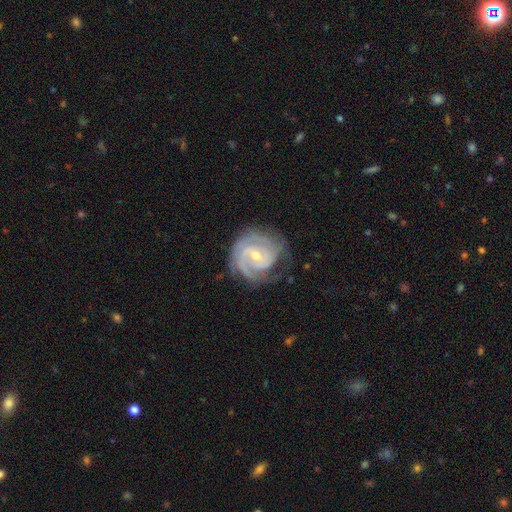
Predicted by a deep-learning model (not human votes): Smooth or featured? Predicted: featured or disk (p=0.90). Edge-on disk? Predicted: no (p=0.98). Bar? Predicted: weak (p=0.45). Spiral arms? Predicted: yes (p=0.97). Spiral winding? Predicted: tight (p=0.70). Spiral arm count? Predicted: 2 (p=0.37). Bulge size? Predicted: small (p=0.57). Merging? Predicted: none (p=0.69).